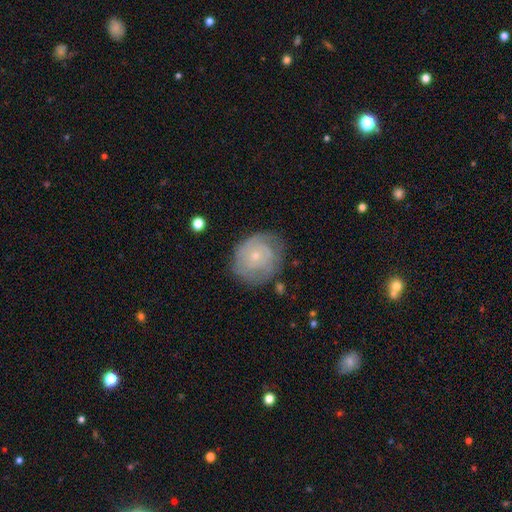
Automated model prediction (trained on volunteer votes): Smooth or featured? Predicted: featured or disk (p=0.64). Edge-on disk? Predicted: no (p=0.97). Bar? Predicted: no (p=0.82). Spiral arms? Predicted: yes (p=0.82). Spiral winding? Predicted: tight (p=0.72). Spiral arm count? Predicted: can't tell (p=0.49). Bulge size? Predicted: small (p=0.78). Merging? Predicted: none (p=0.73).